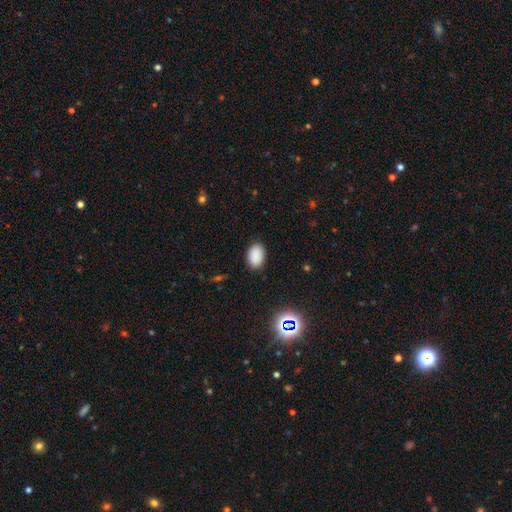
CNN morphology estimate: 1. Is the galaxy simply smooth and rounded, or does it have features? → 87% smooth, 9% star or artifact, 4% featured or disk.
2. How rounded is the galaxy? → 87% in between, 12% round, 1% cigar-shaped.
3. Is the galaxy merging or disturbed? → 86% none, 10% minor disturbance, 2% major disturbance, 1% merger.